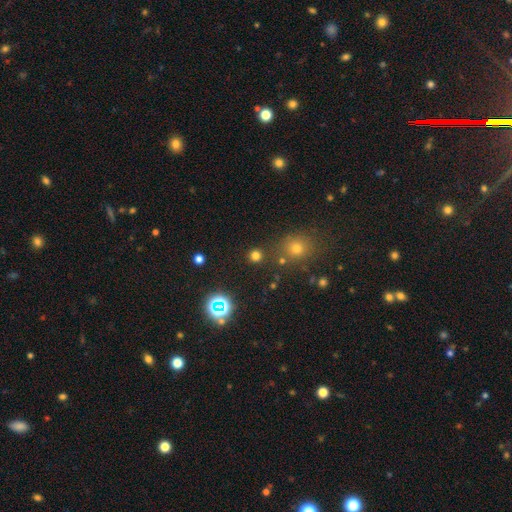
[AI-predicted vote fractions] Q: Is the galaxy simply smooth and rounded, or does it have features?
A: smooth — 70%.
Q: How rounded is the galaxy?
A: round — 91%.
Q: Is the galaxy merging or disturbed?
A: none — 83%.